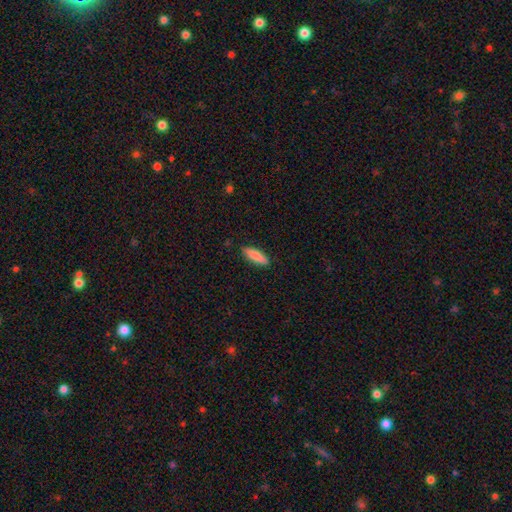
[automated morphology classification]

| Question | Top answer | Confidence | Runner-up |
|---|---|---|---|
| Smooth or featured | smooth | 83% | featured or disk (12%) |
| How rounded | cigar-shaped | 55% | in between (43%) |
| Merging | none | 88% | minor disturbance (9%) |